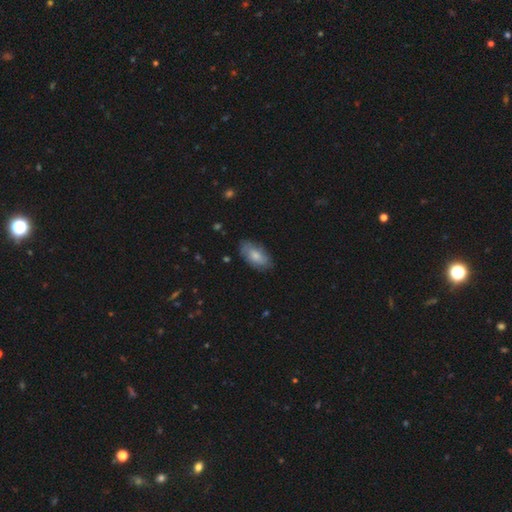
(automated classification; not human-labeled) Smooth or featured? smooth (72%)
How rounded? in between (93%)
Merging? none (77%)